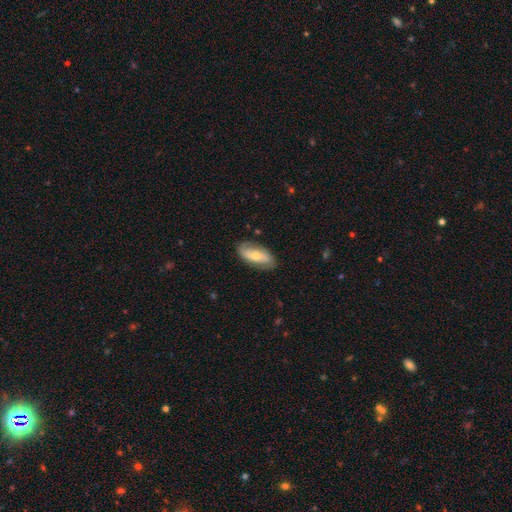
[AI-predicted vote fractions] Morphology: type=featured or disk (47%, tied with smooth); merging=none (80%).